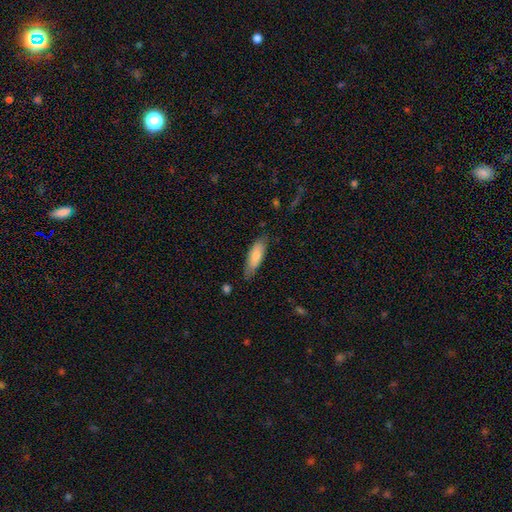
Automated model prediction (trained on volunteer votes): This is likely a smooth galaxy (77%). How rounded: possibly in between (54%). Merging: likely none (76%).